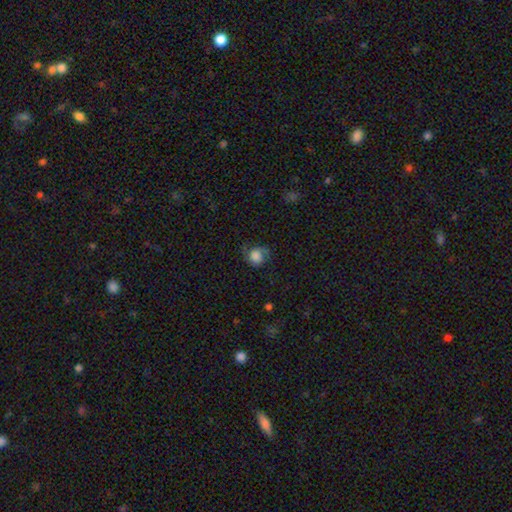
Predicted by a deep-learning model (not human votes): Q: Smooth or featured?
A: smooth (62%); runner-up: featured or disk (28%)
Q: How rounded?
A: round (74%); runner-up: in between (25%)
Q: Merging?
A: none (53%); runner-up: minor disturbance (26%)